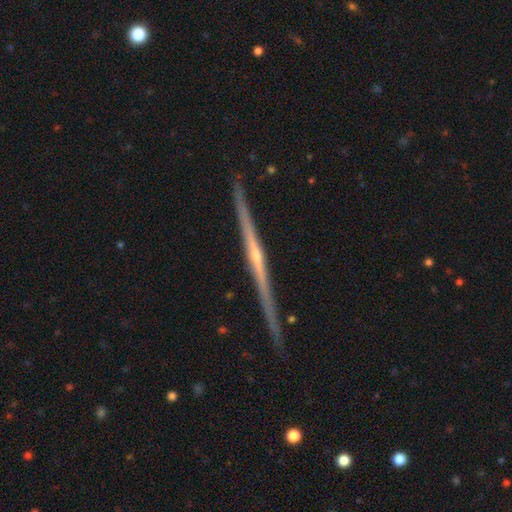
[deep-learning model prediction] A featured or disk galaxy (87%) viewed edge-on (99%) with a rounded central bulge (68%). Merging: none (91%).